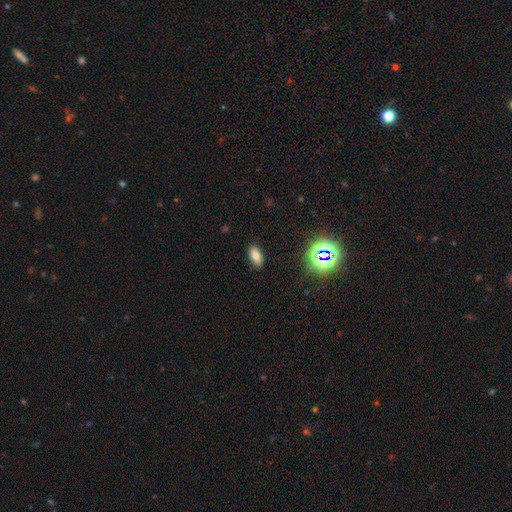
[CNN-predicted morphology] A smooth galaxy with no disk features (77%) that is in between round and cigar-shaped (87%). Merging: none (87%).